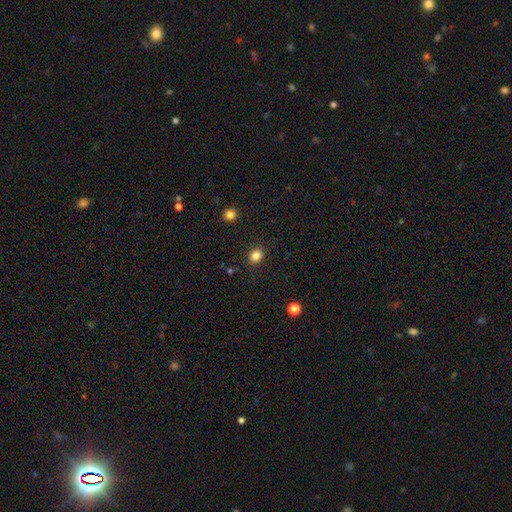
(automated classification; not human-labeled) smooth 84%, star or artifact 12%, featured or disk 5%. Down the decision tree: how rounded — round (51%); merging — none (88%).